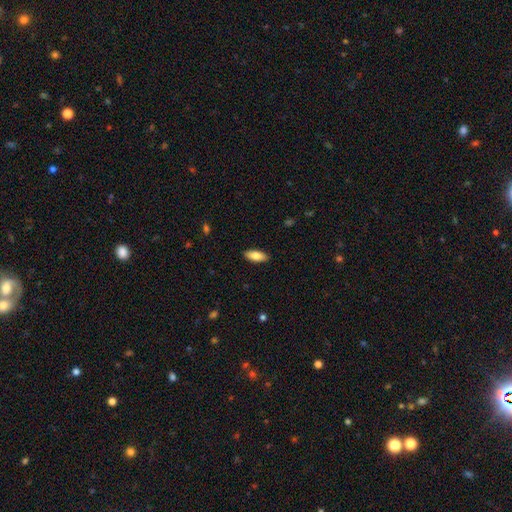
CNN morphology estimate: smooth-or-featured: smooth: 81% | featured or disk: 13% | star or artifact: 6%
  how-rounded: in between: 80% | cigar-shaped: 18% | round: 2%
  merging: none: 89% | minor disturbance: 8% | major disturbance: 2% | merger: 1%